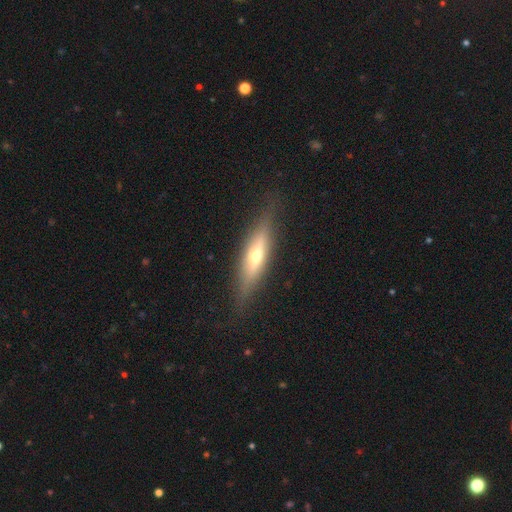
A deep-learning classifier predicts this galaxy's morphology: A featured or disk galaxy (59%) viewed edge-on (89%) with a rounded central bulge (88%).

Vote fractions:
- Smooth or featured? featured or disk: 59% / smooth: 34% / star or artifact: 7%
- Edge-on disk? yes: 89% / no: 11%
- Edge-on bulge? rounded: 88% / none: 7% / boxy: 5%
- Merging? none: 83% / minor disturbance: 12% / major disturbance: 4% / merger: 1%